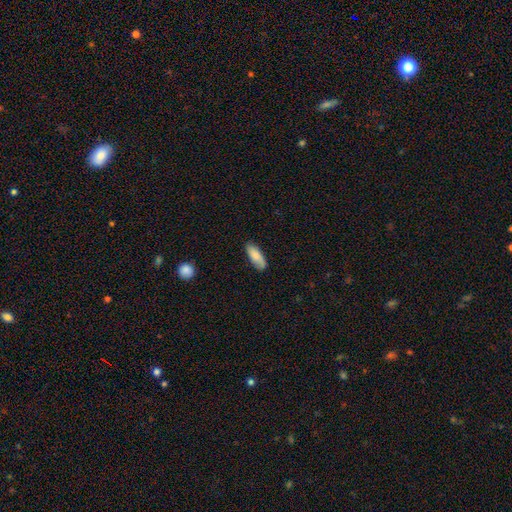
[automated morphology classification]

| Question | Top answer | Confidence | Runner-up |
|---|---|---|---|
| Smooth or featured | smooth | 80% | featured or disk (14%) |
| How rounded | in between | 69% | cigar-shaped (29%) |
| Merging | none | 81% | minor disturbance (15%) |